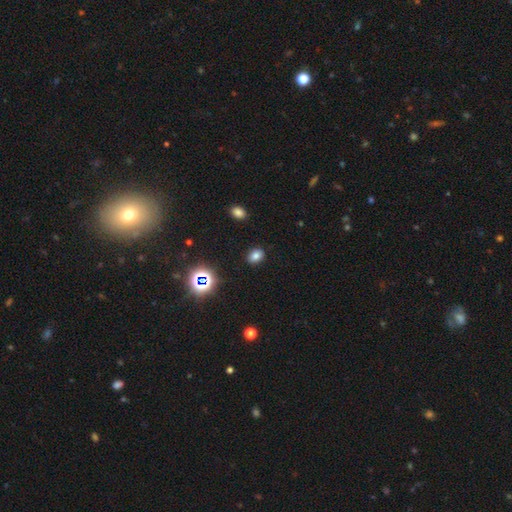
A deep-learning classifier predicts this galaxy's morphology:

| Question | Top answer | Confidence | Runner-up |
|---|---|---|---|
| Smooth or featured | smooth | 73% | star or artifact (19%) |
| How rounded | in between | 64% | round (35%) |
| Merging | none | 88% | minor disturbance (8%) |